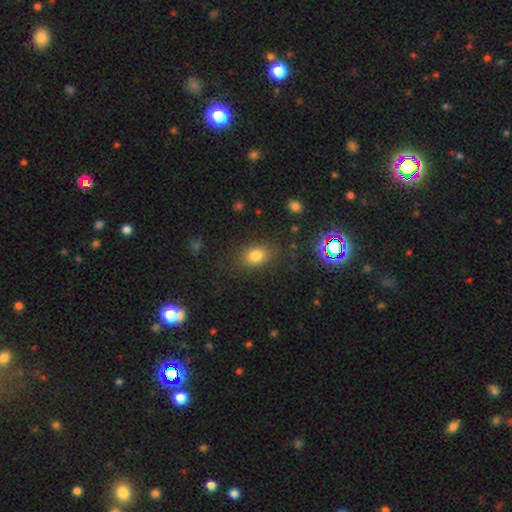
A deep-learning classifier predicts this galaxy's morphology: smooth-or-featured: smooth: 77% | star or artifact: 15% | featured or disk: 8%
  how-rounded: in between: 62% | round: 36% | cigar-shaped: 2%
  merging: none: 80% | minor disturbance: 13% | major disturbance: 5% | merger: 2%